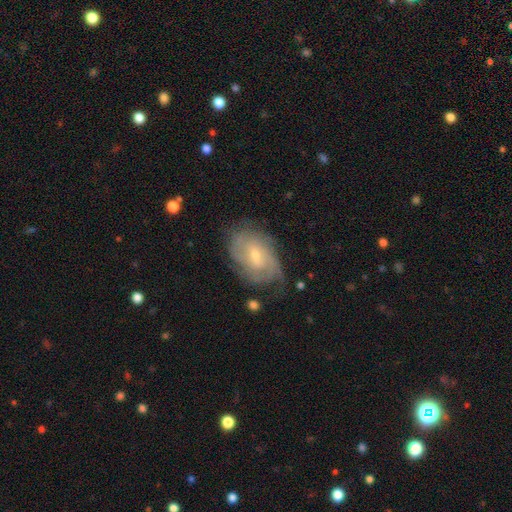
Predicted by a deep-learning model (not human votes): A featured or disk galaxy (78%) with a weak bar (52%), tight (55%) spiral arms (91%) and a small central bulge (64%). Merging: none (64%).